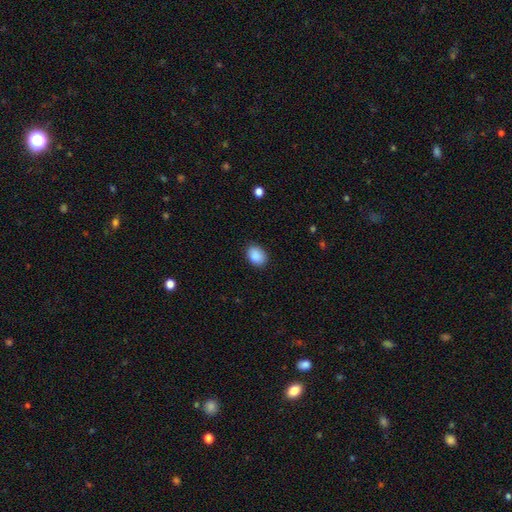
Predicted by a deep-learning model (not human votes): Q: Smooth or featured?
A: smooth (89%); runner-up: star or artifact (8%)
Q: How rounded?
A: in between (71%); runner-up: round (28%)
Q: Merging?
A: none (86%); runner-up: minor disturbance (10%)